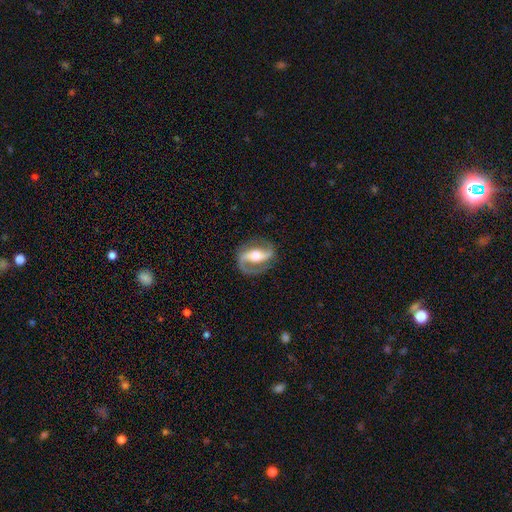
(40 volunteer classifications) Morphology: type=featured or disk (92%); edge-on=no (97%); bar=strong (47%); spiral arms=yes (100%); winding=medium (61%); arm count=2 (94%); bulge=moderate (72%); merging=none (79%).